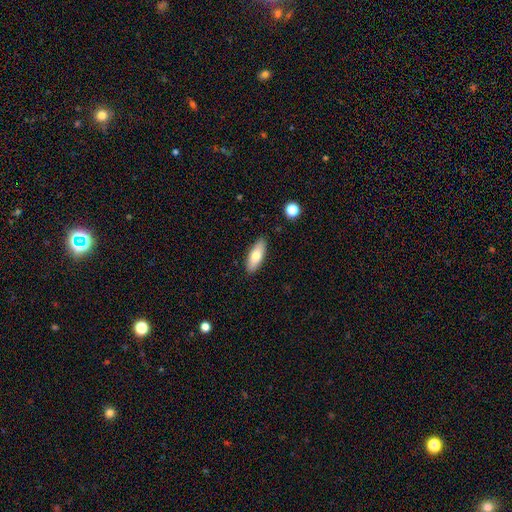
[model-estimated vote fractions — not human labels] The model was most divided on "how rounded": in between: 70%, cigar-shaped: 28%, round: 2%. More confident: merging — none (89%); smooth or featured — smooth (72%).